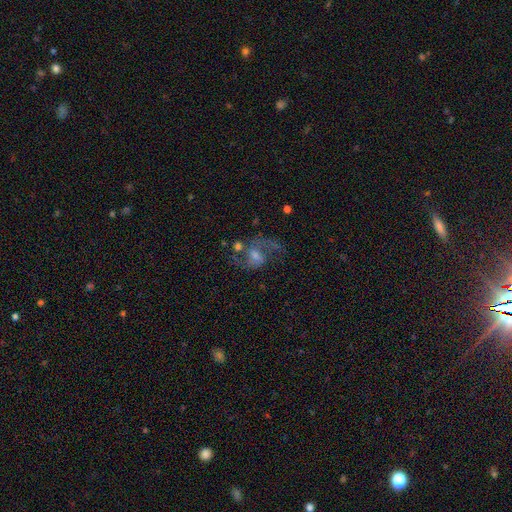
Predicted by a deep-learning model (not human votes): featured or disk 76%, smooth 12%, star or artifact 12%. Down the decision tree: edge-on disk — no (97%); bar — no (45%, tied with weak); spiral arms — yes (91%); spiral arm count — 2 (85%); spiral winding — loose (50%); bulge size — moderate (48%); merging — none (55%).